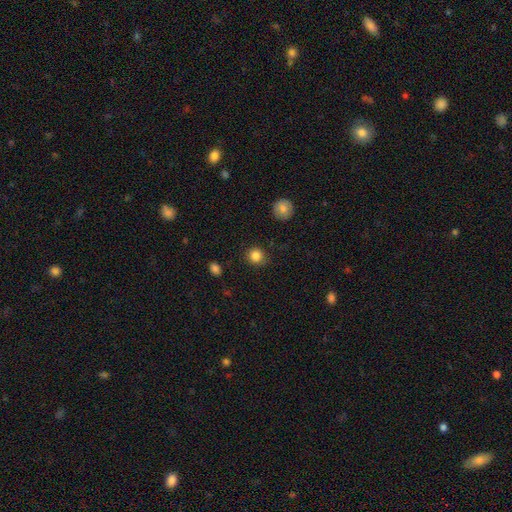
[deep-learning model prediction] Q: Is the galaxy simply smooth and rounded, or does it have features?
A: smooth — 85%.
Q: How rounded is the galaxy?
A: round — 90%.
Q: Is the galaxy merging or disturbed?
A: none — 88%.